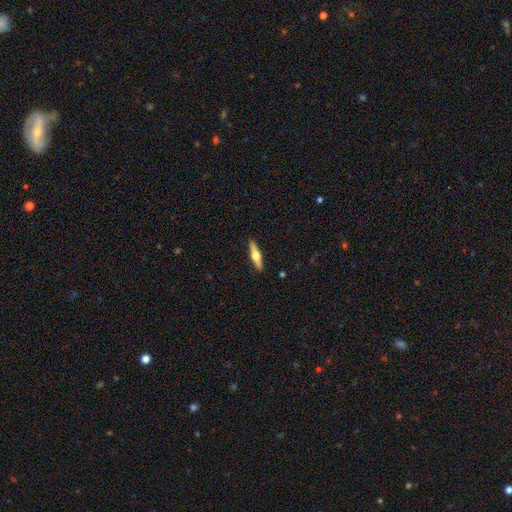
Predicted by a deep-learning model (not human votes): Smooth or featured? Predicted: featured or disk (p=0.62). Edge-on disk? Predicted: yes (p=0.97). Edge-on bulge? Predicted: rounded (p=0.95). Merging? Predicted: none (p=0.91).